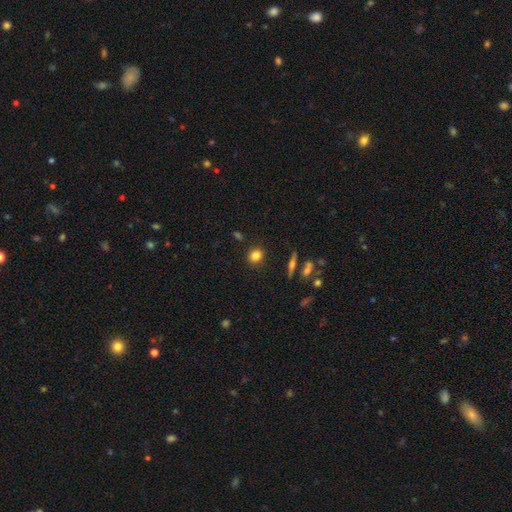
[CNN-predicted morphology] A smooth galaxy with no disk features (81%) that is round (76%). Merging: none (87%).